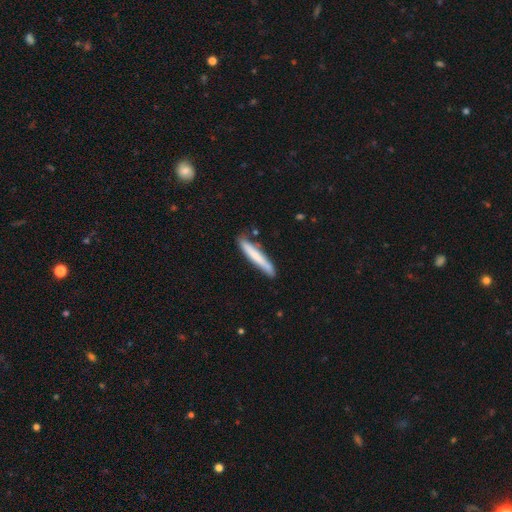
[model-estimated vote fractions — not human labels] A smooth galaxy with no disk features (70%) that is cigar-shaped (95%). Merging: none (79%).